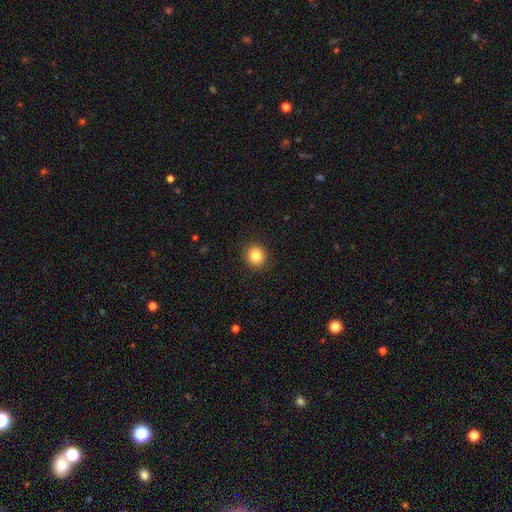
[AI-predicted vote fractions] This is clearly a smooth galaxy (83%). How rounded: clearly round (88%). Merging: clearly none (92%).